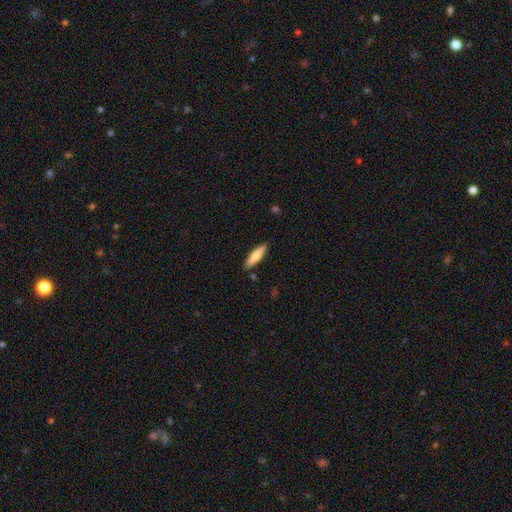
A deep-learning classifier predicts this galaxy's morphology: A smooth galaxy with no disk features (79%) that is cigar-shaped (71%). Merging: none (87%).